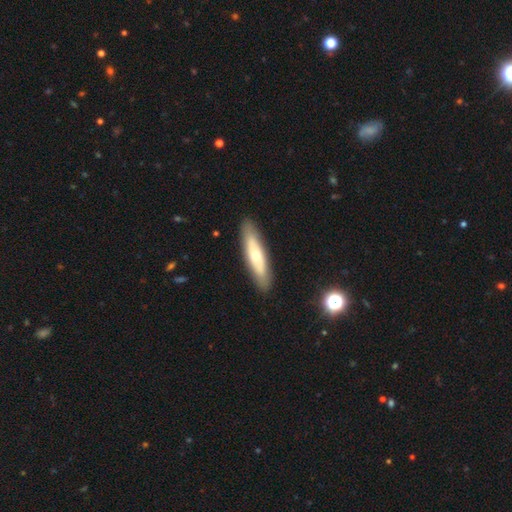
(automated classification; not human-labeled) A smooth galaxy with no disk features (50%). Merging: none (88%).